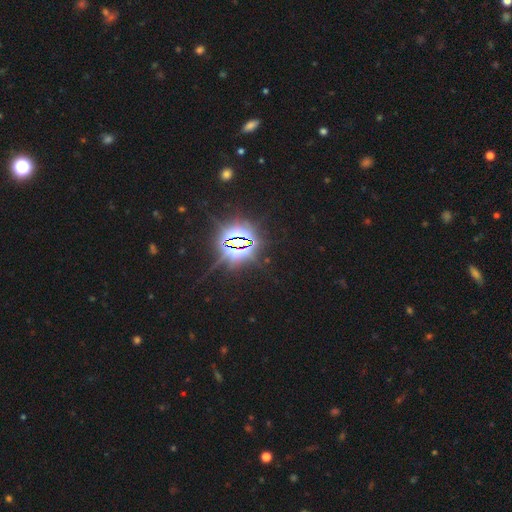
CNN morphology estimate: Smooth or featured? star or artifact (85%)